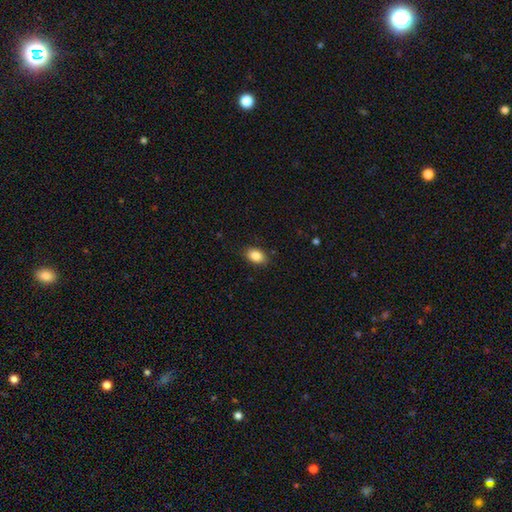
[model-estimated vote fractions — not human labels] Overall: smooth (86%). How rounded: in between (85%). Merging: none (86%).